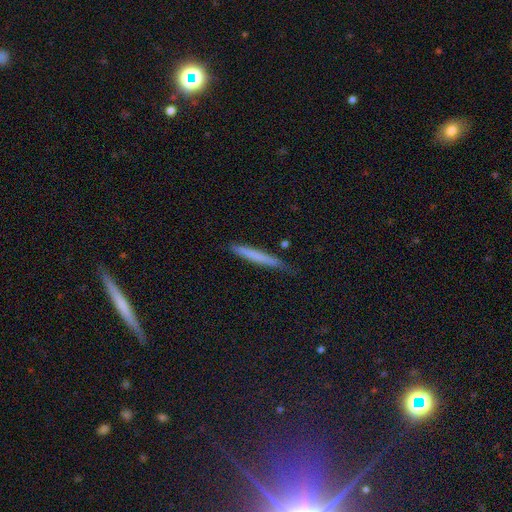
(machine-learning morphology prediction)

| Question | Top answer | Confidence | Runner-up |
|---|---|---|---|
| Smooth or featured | smooth | 69% | featured or disk (25%) |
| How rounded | cigar-shaped | 96% | in between (2%) |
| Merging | none | 78% | minor disturbance (18%) |